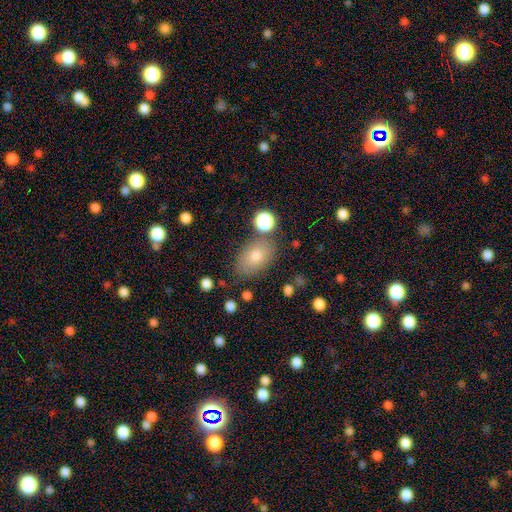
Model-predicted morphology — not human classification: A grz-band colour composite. It shows a smooth galaxy with no disk features (77%) that is in between round and cigar-shaped (84%). Merging: none (75%).